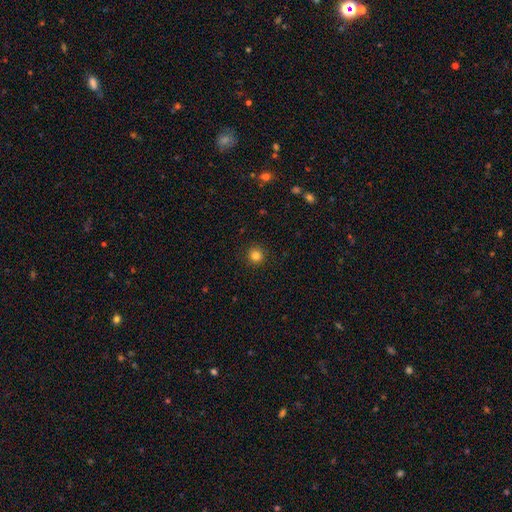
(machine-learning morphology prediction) This is clearly a smooth galaxy (83%). How rounded: clearly round (94%). Merging: clearly none (92%).